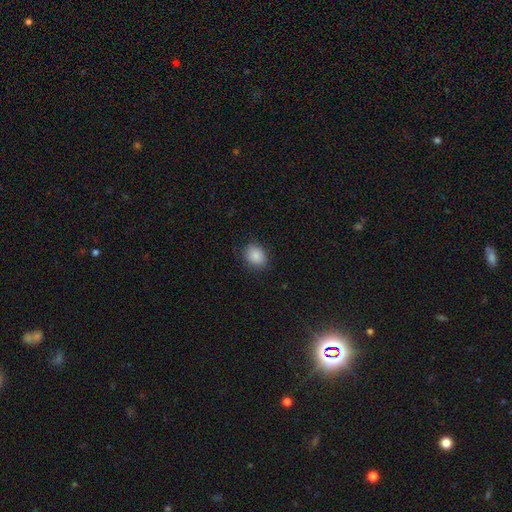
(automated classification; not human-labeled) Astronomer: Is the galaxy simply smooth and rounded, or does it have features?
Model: smooth — 87%.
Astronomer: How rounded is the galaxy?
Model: in between — 51% (runner-up: round, 48%).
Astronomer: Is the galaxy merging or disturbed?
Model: none — 86%.